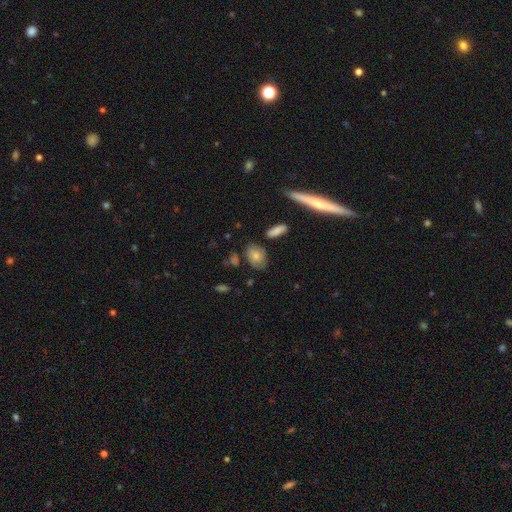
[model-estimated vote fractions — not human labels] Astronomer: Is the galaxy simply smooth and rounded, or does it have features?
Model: smooth — 61%.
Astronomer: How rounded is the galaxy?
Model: in between — 76%.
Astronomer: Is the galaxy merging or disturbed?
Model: none — 66%.